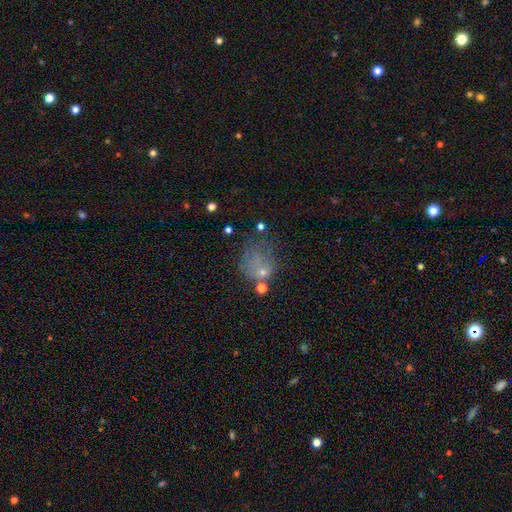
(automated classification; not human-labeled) Morphology: type=smooth (48%); merging=none (50%).